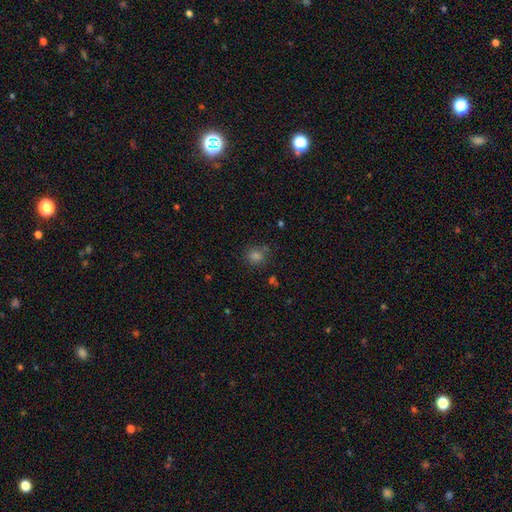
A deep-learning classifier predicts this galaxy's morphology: Overall: smooth (70%). How rounded: round (87%). Merging: none (81%).